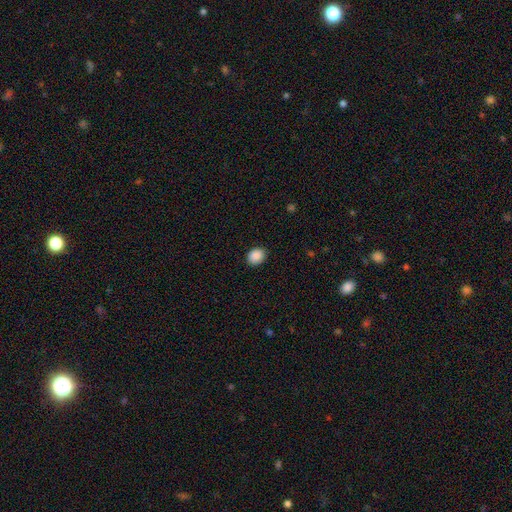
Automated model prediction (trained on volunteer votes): Smooth or featured?
  - smooth: 89% *
  - star or artifact: 8%
  - featured or disk: 3%
How rounded?
  - in between: 54% *
  - round: 45%
  - cigar-shaped: 1%
Merging?
  - none: 88% *
  - minor disturbance: 9%
  - major disturbance: 2%
  - merger: 1%